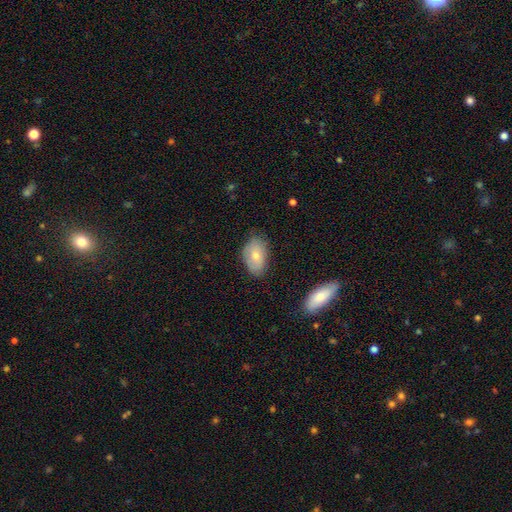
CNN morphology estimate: Smooth or featured?
  - smooth: 72% *
  - featured or disk: 21%
  - star or artifact: 7%
How rounded?
  - in between: 91% *
  - round: 7%
  - cigar-shaped: 2%
Merging?
  - none: 71% *
  - minor disturbance: 23%
  - major disturbance: 4%
  - merger: 2%